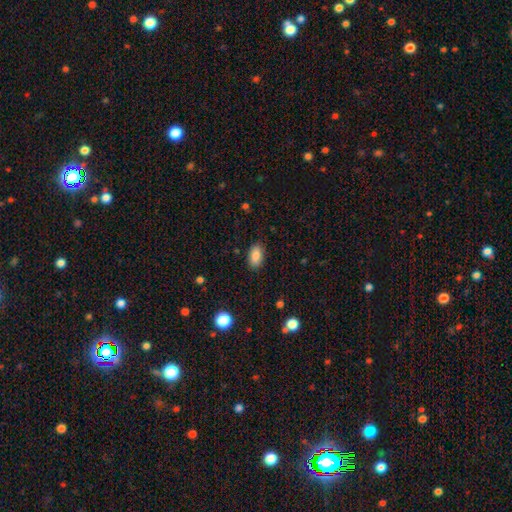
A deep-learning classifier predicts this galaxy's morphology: This appears to be a smooth galaxy with no disk features (87%) that is in between round and cigar-shaped (92%). Merging: none (87%).